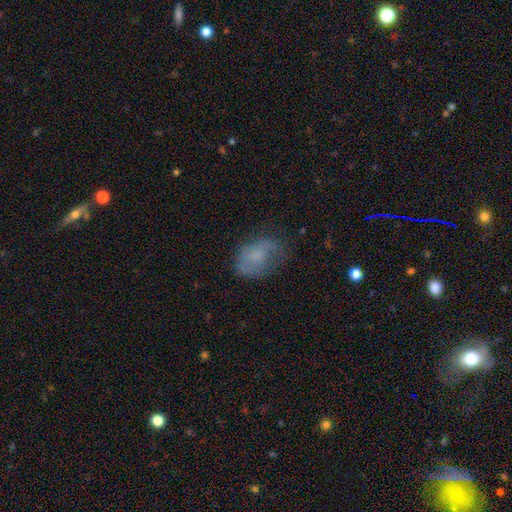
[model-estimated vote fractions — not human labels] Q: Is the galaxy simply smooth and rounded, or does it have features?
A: smooth — 57%.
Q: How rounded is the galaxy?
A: in between — 77%.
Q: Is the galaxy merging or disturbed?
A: none — 46%.